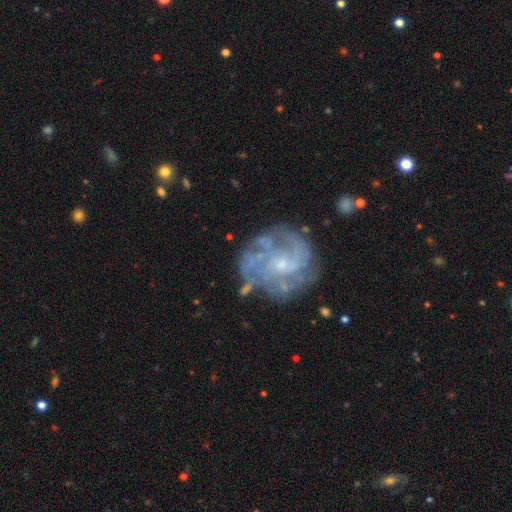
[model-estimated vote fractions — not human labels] Smooth or featured: featured or disk — 78% (smooth — 12%)
Edge-on disk: no — 97% (yes — 3%)
Bar: no — 62% (weak — 32%)
Spiral arms: yes — 87% (no — 13%)
Spiral winding: tight — 48% (medium — 37%)
Spiral arm count: can't tell — 37% (4 — 19%)
Bulge size: small — 64% (moderate — 27%)
Merging: none — 75% (minor disturbance — 15%)